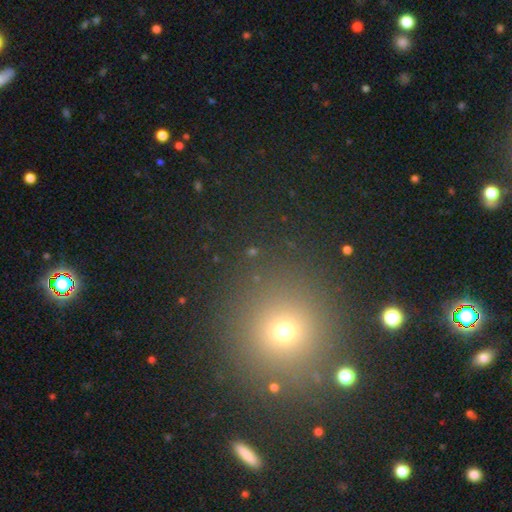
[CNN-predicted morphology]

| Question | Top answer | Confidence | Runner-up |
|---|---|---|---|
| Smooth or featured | smooth | 54% | star or artifact (39%) |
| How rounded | round | 93% | in between (6%) |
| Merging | none | 88% | minor disturbance (6%) |